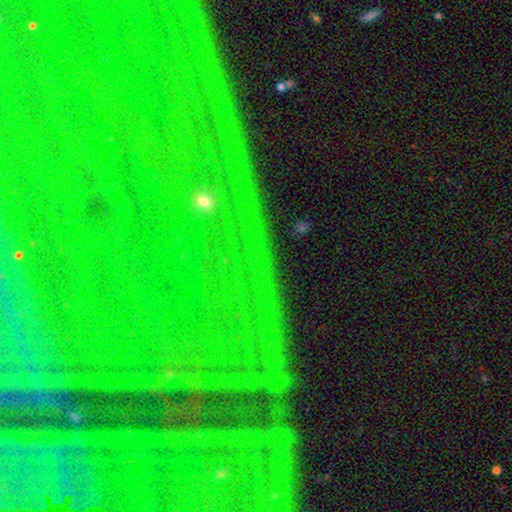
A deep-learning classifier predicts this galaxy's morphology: The model was most divided on "smooth or featured": star or artifact: 74%, smooth: 14%, featured or disk: 12%.